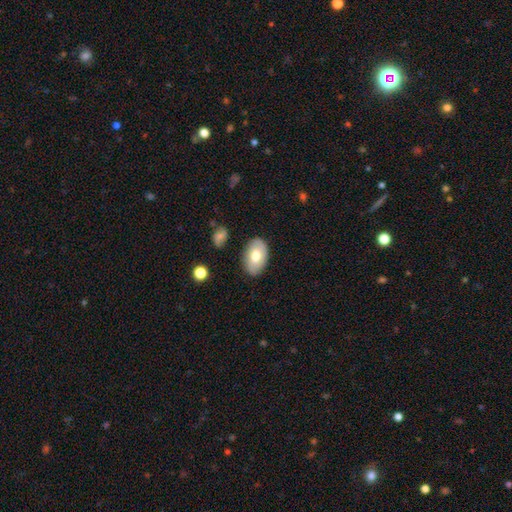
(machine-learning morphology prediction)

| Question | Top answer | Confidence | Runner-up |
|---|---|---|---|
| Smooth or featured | smooth | 69% | featured or disk (24%) |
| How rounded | in between | 92% | round (7%) |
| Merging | none | 82% | minor disturbance (13%) |